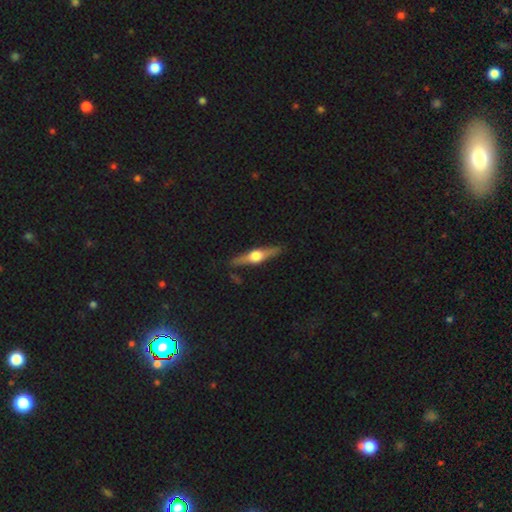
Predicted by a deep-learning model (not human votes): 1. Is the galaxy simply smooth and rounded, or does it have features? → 76% featured or disk, 19% smooth, 5% star or artifact.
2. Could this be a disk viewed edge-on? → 97% yes, 3% no.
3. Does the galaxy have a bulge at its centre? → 95% rounded, 3% boxy, 1% none.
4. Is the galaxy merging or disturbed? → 89% none, 8% minor disturbance, 2% major disturbance, 2% merger.